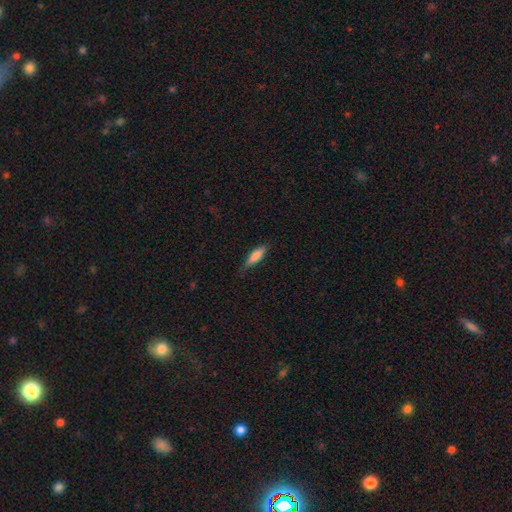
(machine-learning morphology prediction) Smooth or featured: smooth — 79% (featured or disk — 15%)
How rounded: cigar-shaped — 59% (in between — 39%)
Merging: none — 77% (minor disturbance — 19%)